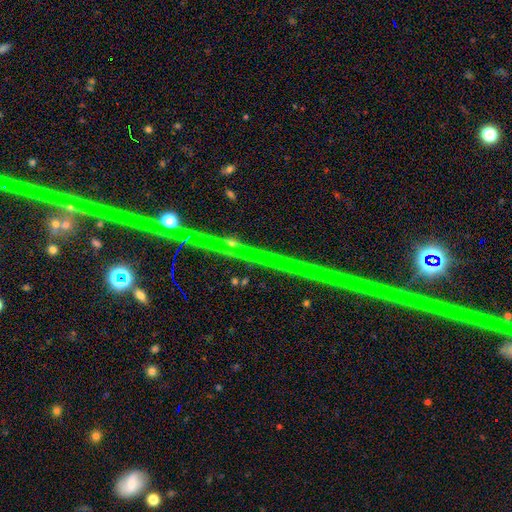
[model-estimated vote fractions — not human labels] Morphology: type=star or artifact (60%).